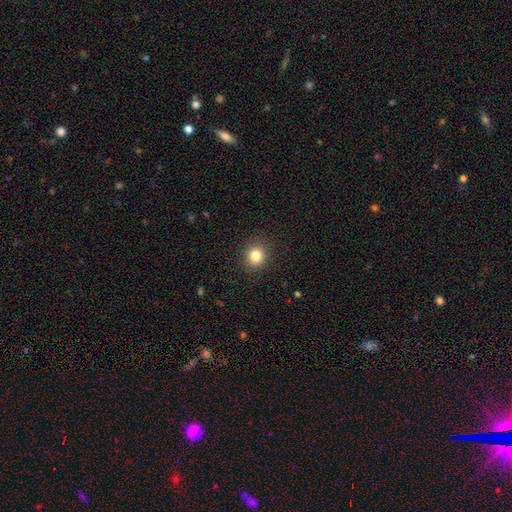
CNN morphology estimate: This is clearly a smooth galaxy (83%). How rounded: clearly round (89%). Merging: clearly none (91%).